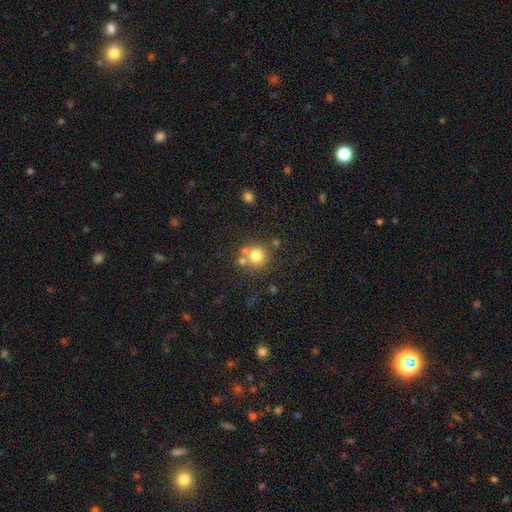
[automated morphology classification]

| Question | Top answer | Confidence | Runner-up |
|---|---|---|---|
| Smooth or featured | smooth | 75% | star or artifact (13%) |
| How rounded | round | 91% | in between (8%) |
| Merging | none | 63% | merger (23%) |